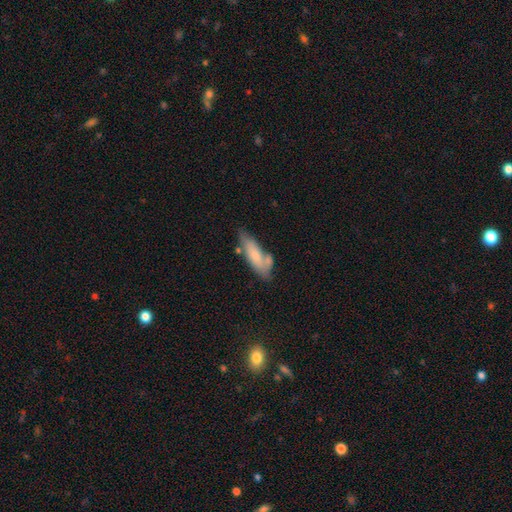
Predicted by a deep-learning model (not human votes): Morphology: type=smooth (68%); roundness=in between (56%); merging=none (51%).